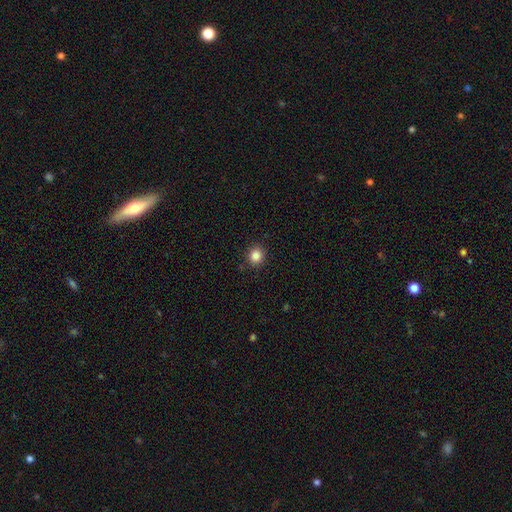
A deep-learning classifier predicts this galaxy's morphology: Smooth or featured?
  - smooth: 85% *
  - star or artifact: 11%
  - featured or disk: 4%
How rounded?
  - round: 85% *
  - in between: 14%
  - cigar-shaped: 1%
Merging?
  - none: 89% *
  - minor disturbance: 7%
  - major disturbance: 2%
  - merger: 1%